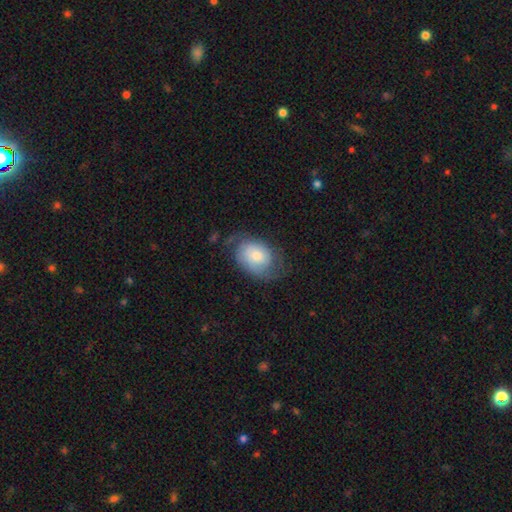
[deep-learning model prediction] Smooth or featured? Predicted: smooth (p=0.55). How rounded? Predicted: in between (p=0.70). Merging? Predicted: none (p=0.50).